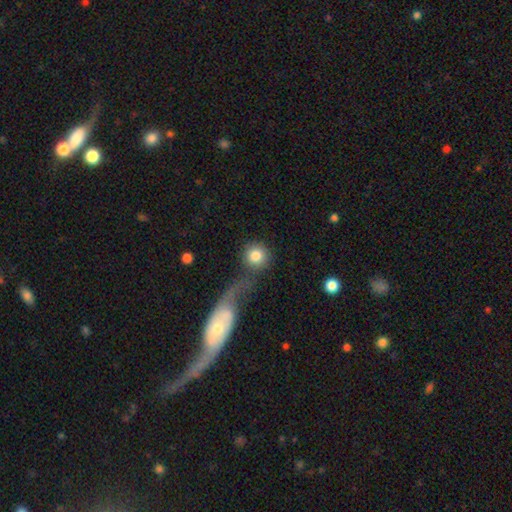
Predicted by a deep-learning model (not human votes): Q: Smooth or featured?
A: smooth (83%); runner-up: featured or disk (10%)
Q: How rounded?
A: round (93%); runner-up: in between (6%)
Q: Merging?
A: none (54%); runner-up: merger (22%)